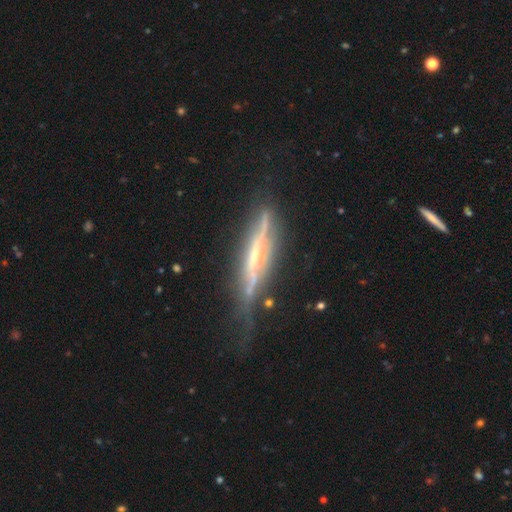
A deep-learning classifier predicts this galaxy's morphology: A featured or disk galaxy (81%) viewed edge-on (93%) with a rounded central bulge (45%). Merging: none (62%).